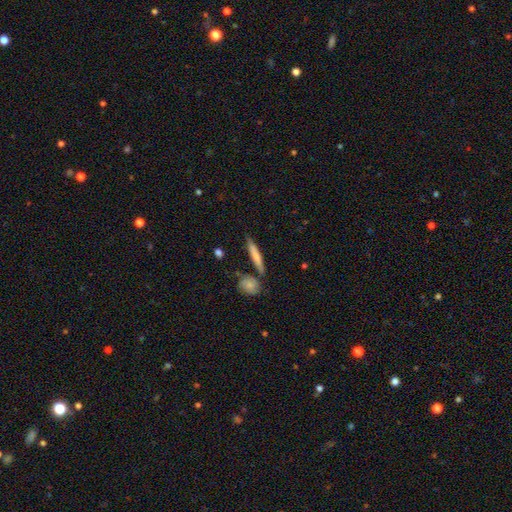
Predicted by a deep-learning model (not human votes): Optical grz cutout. It shows a smooth galaxy with no disk features (65%) that is cigar-shaped (87%). Merging: none (72%).